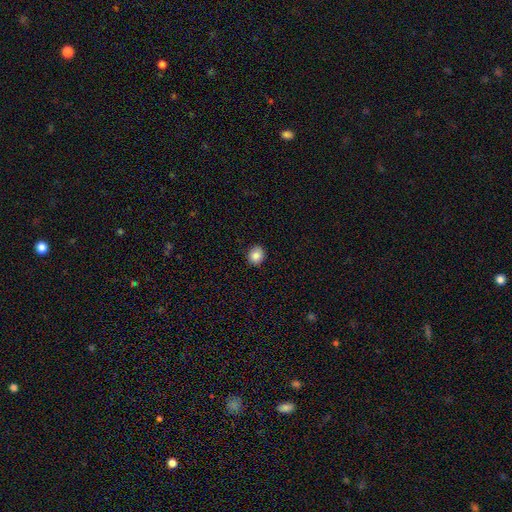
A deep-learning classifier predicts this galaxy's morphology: The model was most divided on "how rounded": round: 80%, in between: 19%, cigar-shaped: 1%. More confident: merging — none (90%); smooth or featured — smooth (85%).